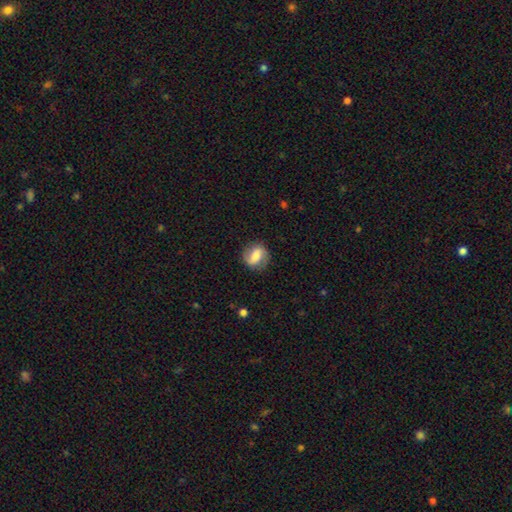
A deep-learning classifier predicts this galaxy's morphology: smooth-or-featured: featured or disk: 48% | smooth: 44% | star or artifact: 8%
  merging: none: 80% | minor disturbance: 14% | major disturbance: 5% | merger: 1%